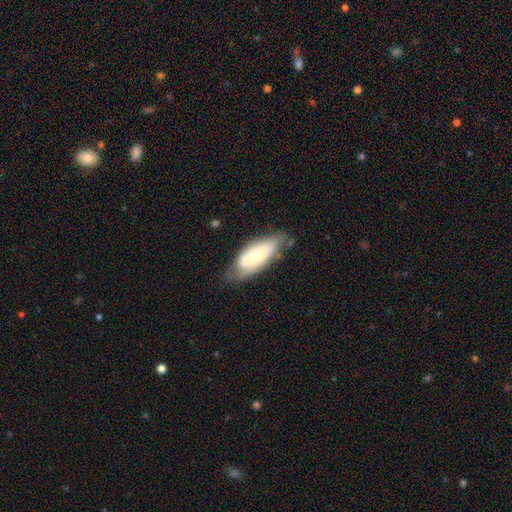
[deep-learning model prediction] Smooth or featured: featured or disk — 49% (smooth — 45%)
Merging: none — 59% (minor disturbance — 30%)